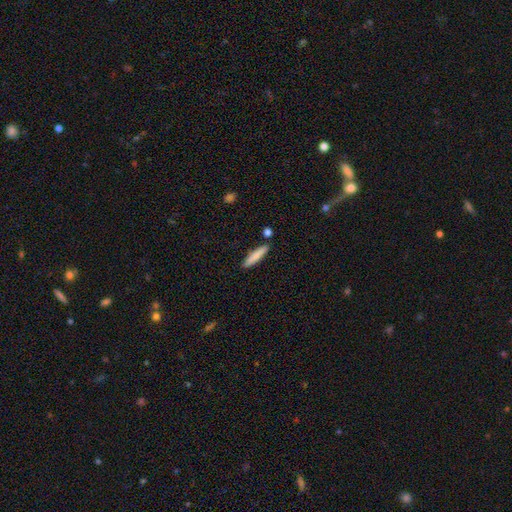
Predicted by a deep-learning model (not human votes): The model was most divided on "smooth or featured": smooth: 81%, featured or disk: 13%, star or artifact: 6%. More confident: how rounded — cigar-shaped (88%); merging — none (86%).